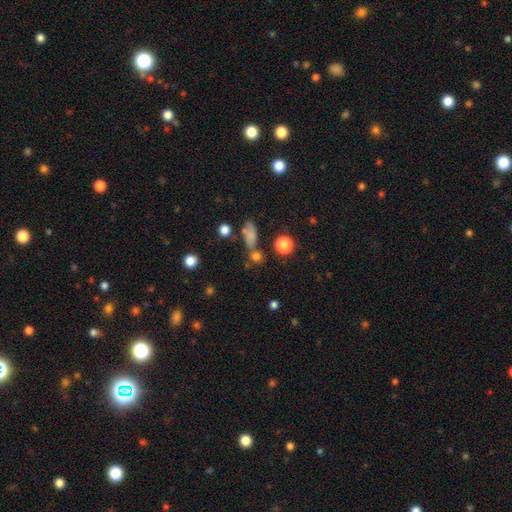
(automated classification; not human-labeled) This appears to be a smooth galaxy with no disk features (63%) that is round (52%). Merging: none (60%).